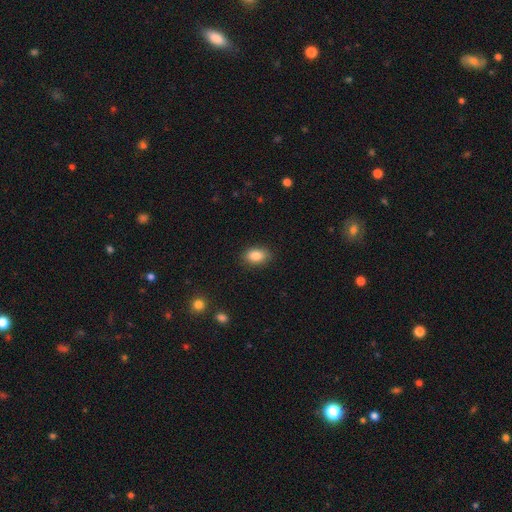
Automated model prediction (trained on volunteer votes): Q: Smooth or featured?
A: smooth (86%); runner-up: star or artifact (8%)
Q: How rounded?
A: in between (85%); runner-up: round (13%)
Q: Merging?
A: none (87%); runner-up: minor disturbance (10%)